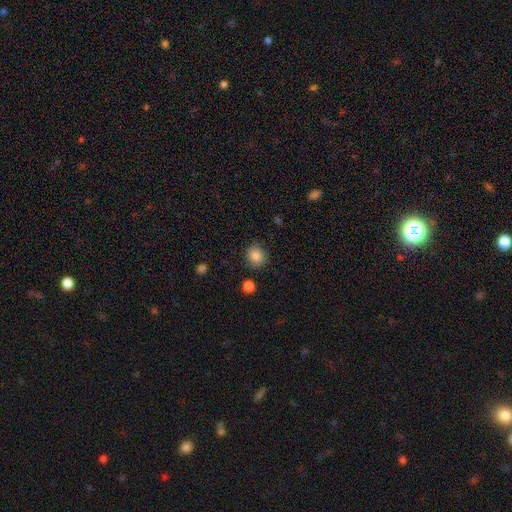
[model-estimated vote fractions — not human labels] Smooth or featured? Predicted: smooth (p=0.86). How rounded? Predicted: round (p=0.79). Merging? Predicted: none (p=0.85).